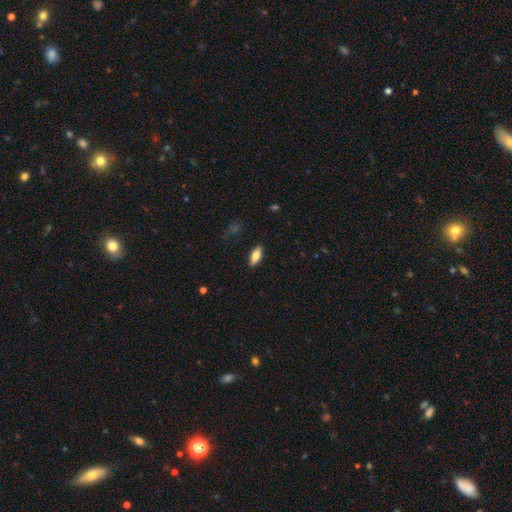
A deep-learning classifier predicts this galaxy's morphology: A smooth galaxy with no disk features (73%) that is in between round and cigar-shaped (70%). Merging: none (88%).